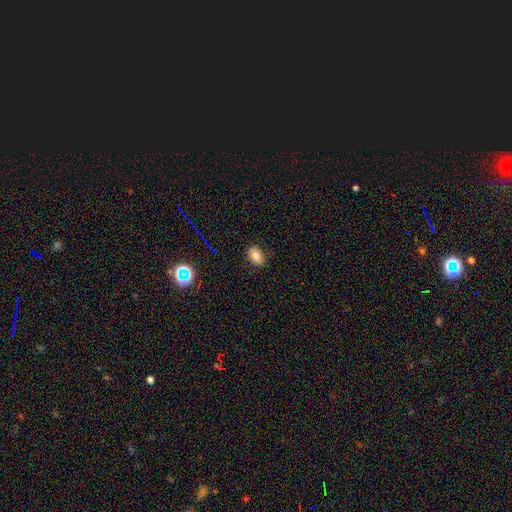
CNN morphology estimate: Smooth or featured? smooth (79%)
How rounded? in between (83%)
Merging? none (86%)